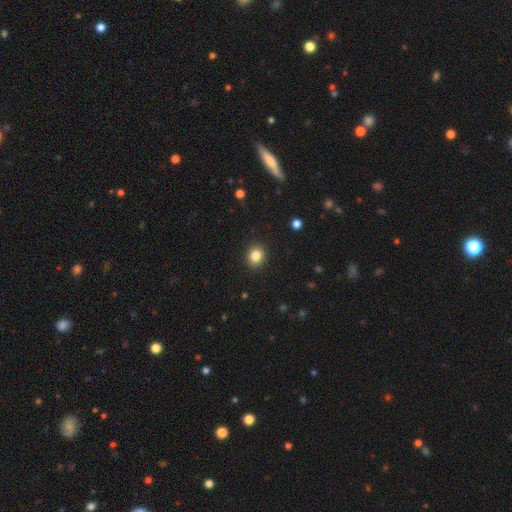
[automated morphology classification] Smooth or featured?
  - smooth: 84% *
  - star or artifact: 10%
  - featured or disk: 5%
How rounded?
  - round: 72% *
  - in between: 28%
  - cigar-shaped: 1%
Merging?
  - none: 91% *
  - minor disturbance: 6%
  - major disturbance: 2%
  - merger: 1%